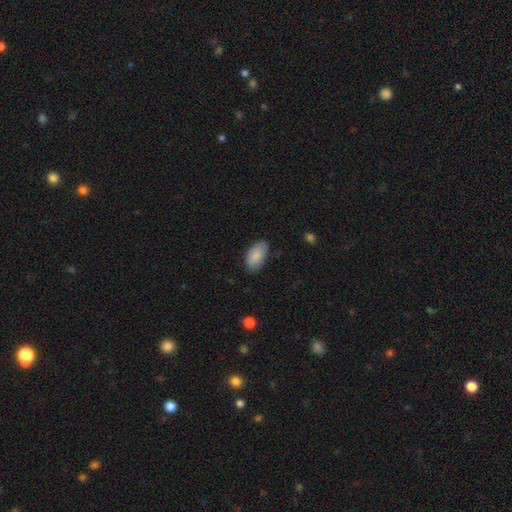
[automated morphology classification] This appears to be a smooth galaxy with no disk features (87%) that is in between round and cigar-shaped (95%). Merging: none (81%).